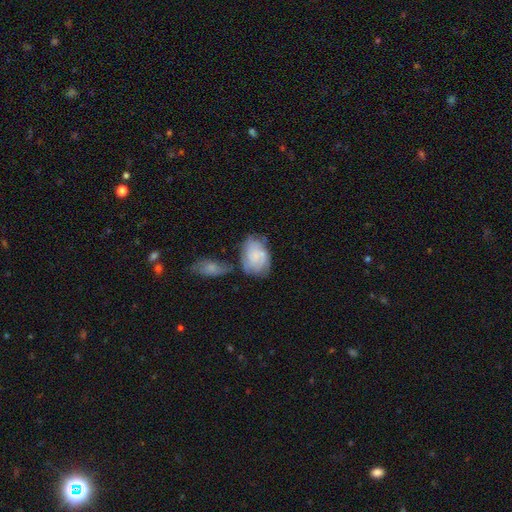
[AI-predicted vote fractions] Smooth or featured?
  - smooth: 48% *
  - featured or disk: 44%
  - star or artifact: 8%
Merging?
  - none: 43% *
  - minor disturbance: 25%
  - merger: 20%
  - major disturbance: 12%